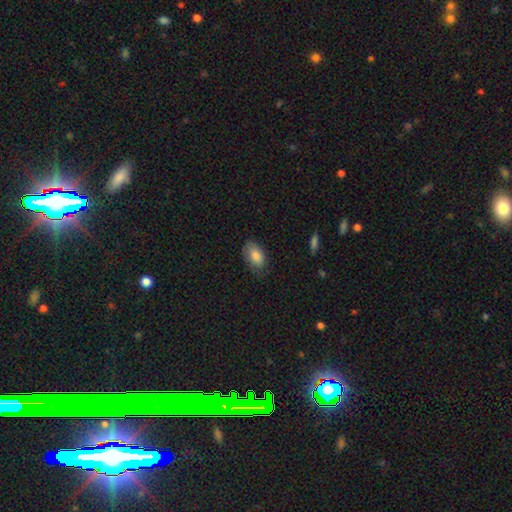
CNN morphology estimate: Overall: smooth (83%). How rounded: in between (91%). Merging: none (70%).